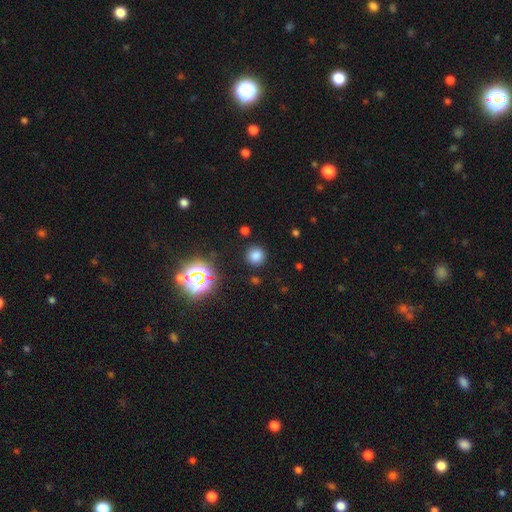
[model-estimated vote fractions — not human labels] This is likely a smooth galaxy (73%). How rounded: clearly round (91%). Merging: clearly none (87%).